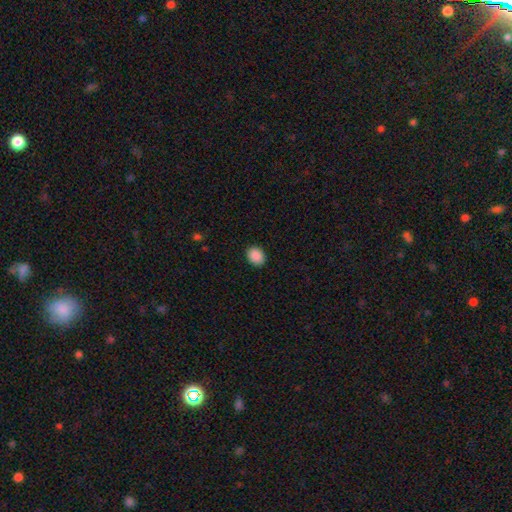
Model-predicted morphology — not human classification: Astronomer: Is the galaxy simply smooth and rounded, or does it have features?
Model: smooth — 89%.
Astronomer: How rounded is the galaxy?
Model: round — 54% (runner-up: in between, 45%).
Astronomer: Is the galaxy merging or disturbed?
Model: none — 90%.